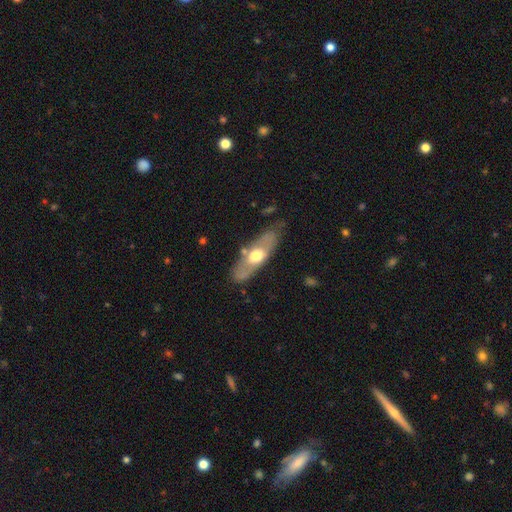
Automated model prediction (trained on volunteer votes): This appears to be a featured or disk galaxy (48%). Merging: none (72%).